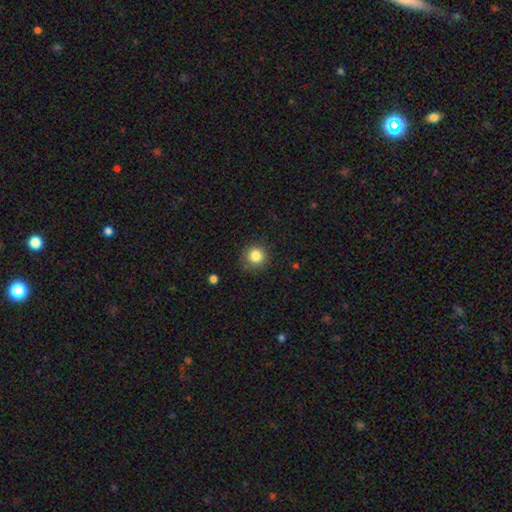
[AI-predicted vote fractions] Q: Smooth or featured?
A: smooth (84%); runner-up: star or artifact (11%)
Q: How rounded?
A: round (92%); runner-up: in between (7%)
Q: Merging?
A: none (80%); runner-up: minor disturbance (14%)